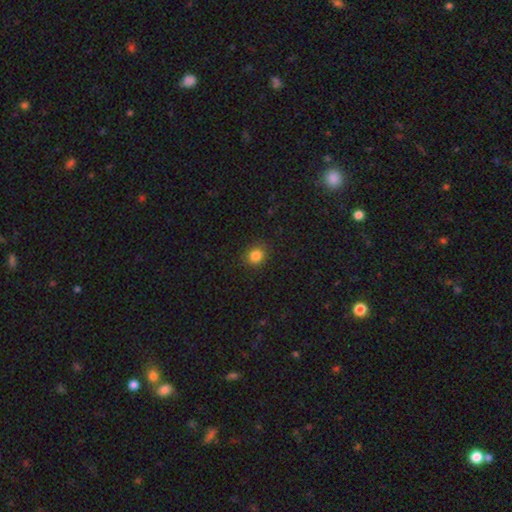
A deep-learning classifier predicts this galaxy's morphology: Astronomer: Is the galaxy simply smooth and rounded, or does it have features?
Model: smooth — 84%.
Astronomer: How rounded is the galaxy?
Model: round — 76%.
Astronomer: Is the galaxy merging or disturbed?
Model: none — 88%.